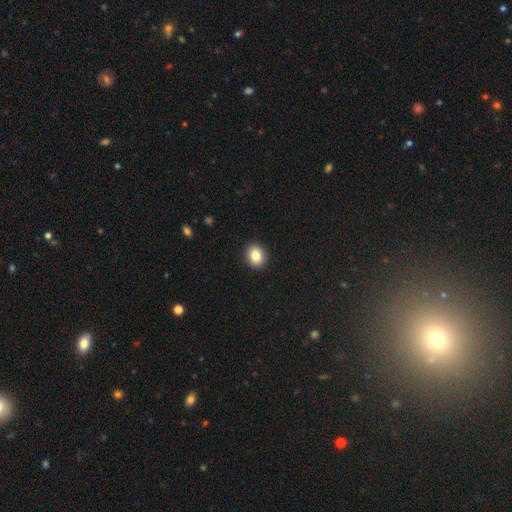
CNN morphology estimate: A smooth galaxy with no disk features (84%) that is round (65%). Merging: none (92%).